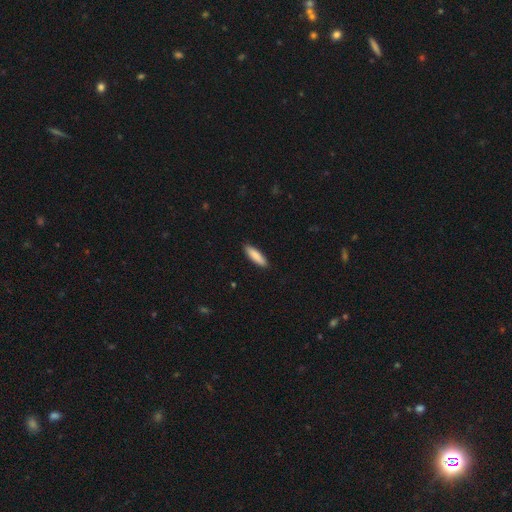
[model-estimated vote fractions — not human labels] A smooth galaxy with no disk features (87%) that is cigar-shaped (65%). Merging: none (90%).